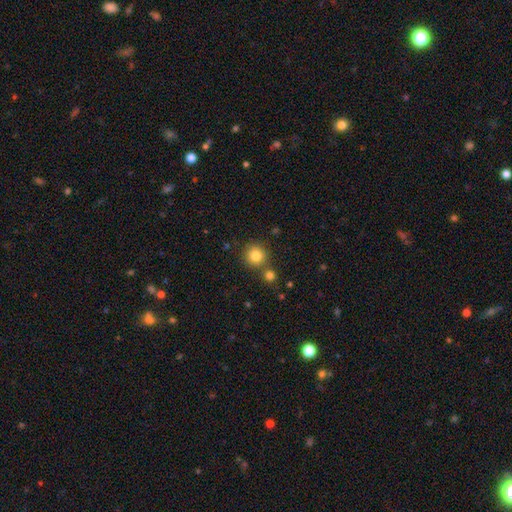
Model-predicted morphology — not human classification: Overall: smooth (83%). How rounded: round (93%). Merging: none (76%).